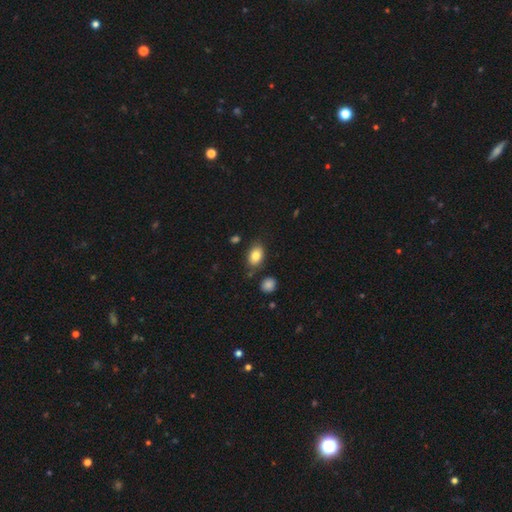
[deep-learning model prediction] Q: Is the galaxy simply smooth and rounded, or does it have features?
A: smooth — 82%.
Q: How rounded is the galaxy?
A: in between — 85%.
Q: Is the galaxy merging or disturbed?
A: none — 78%.